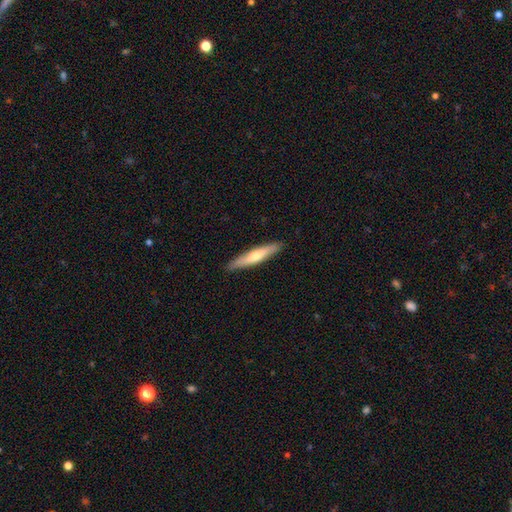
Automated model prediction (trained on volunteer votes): This is possibly a smooth galaxy (56%). How rounded: clearly cigar-shaped (89%). Merging: clearly none (90%).